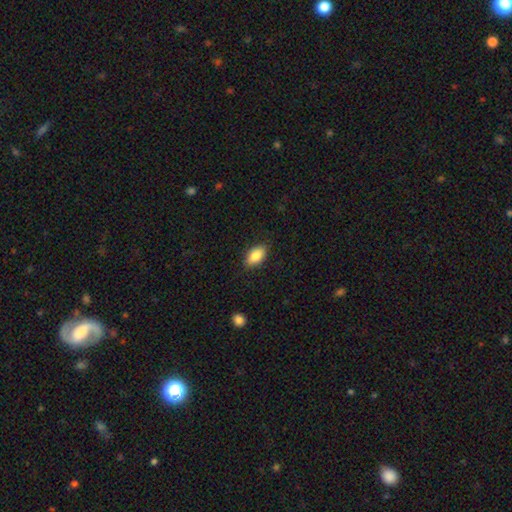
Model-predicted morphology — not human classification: smooth 85%, featured or disk 8%, star or artifact 7%. Down the decision tree: how rounded — in between (92%); merging — none (86%).